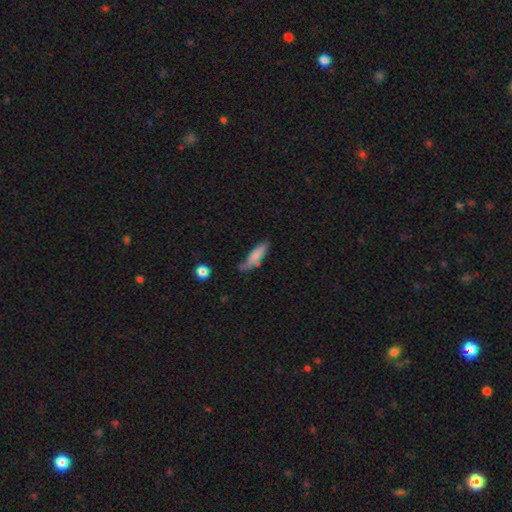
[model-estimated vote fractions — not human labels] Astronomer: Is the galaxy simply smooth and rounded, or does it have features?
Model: smooth — 77%.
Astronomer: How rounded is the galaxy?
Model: cigar-shaped — 66%.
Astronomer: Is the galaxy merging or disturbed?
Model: none — 59%.